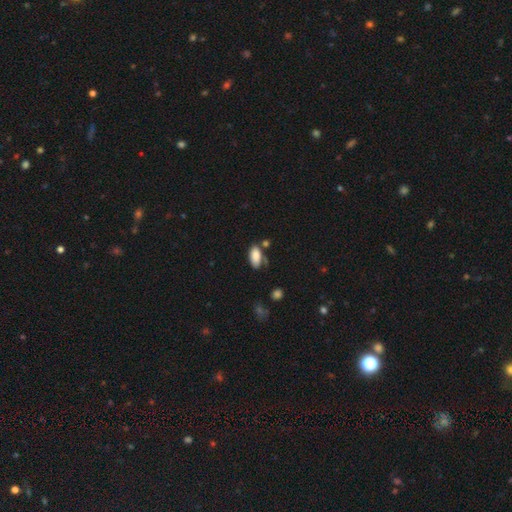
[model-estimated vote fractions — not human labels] This appears to be a smooth galaxy with no disk features (86%) that is in between round and cigar-shaped (93%). Merging: none (62%).